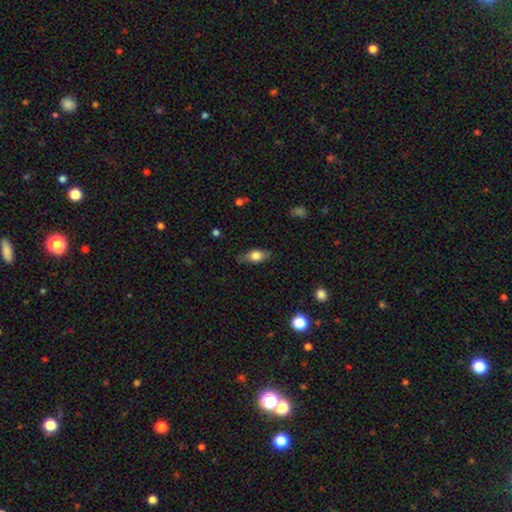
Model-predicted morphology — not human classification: The model was most divided on "smooth or featured": smooth: 67%, featured or disk: 25%, star or artifact: 7%. More confident: merging — none (78%); how rounded — in between (76%).